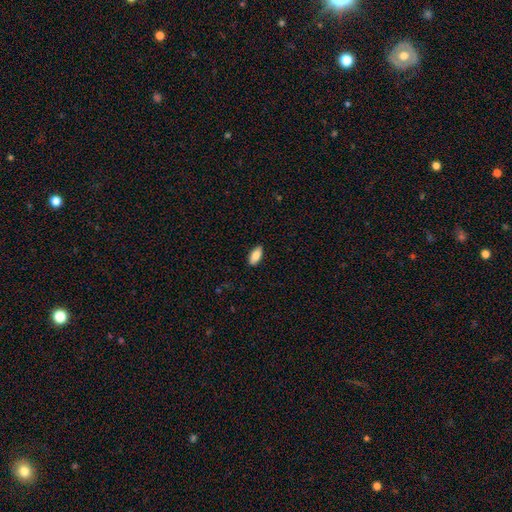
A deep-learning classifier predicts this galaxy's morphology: Smooth or featured? Predicted: smooth (p=0.84). How rounded? Predicted: in between (p=0.89). Merging? Predicted: none (p=0.89).